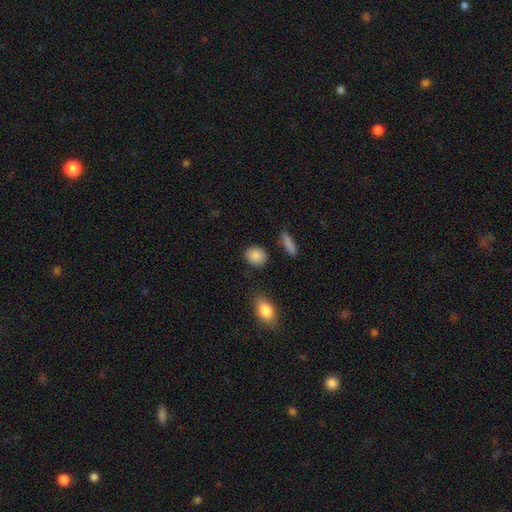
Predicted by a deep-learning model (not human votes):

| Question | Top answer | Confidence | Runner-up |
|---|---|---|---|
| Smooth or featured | smooth | 89% | star or artifact (7%) |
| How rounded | round | 57% | in between (41%) |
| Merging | none | 86% | minor disturbance (9%) |